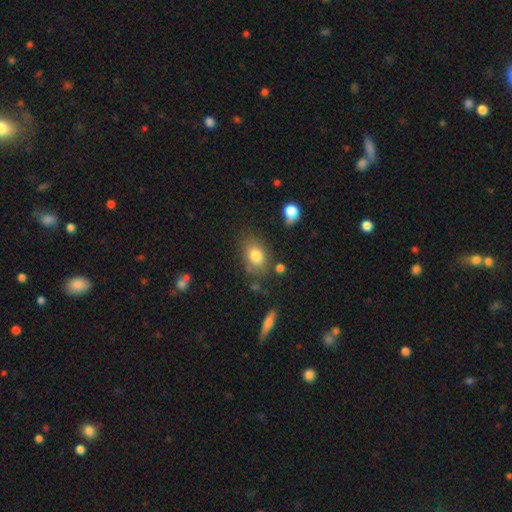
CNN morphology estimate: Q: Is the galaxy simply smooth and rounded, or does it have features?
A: smooth — 79%.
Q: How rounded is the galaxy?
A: in between — 74%.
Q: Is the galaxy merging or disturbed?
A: none — 71%.